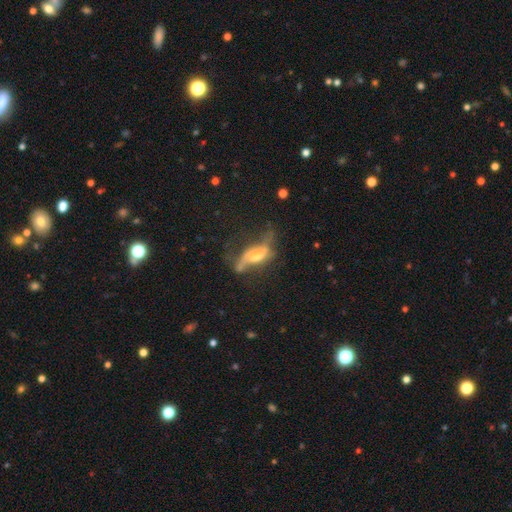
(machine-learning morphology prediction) Smooth or featured? featured or disk (69%)
Edge-on disk? no (71%)
Merging? none (40%)